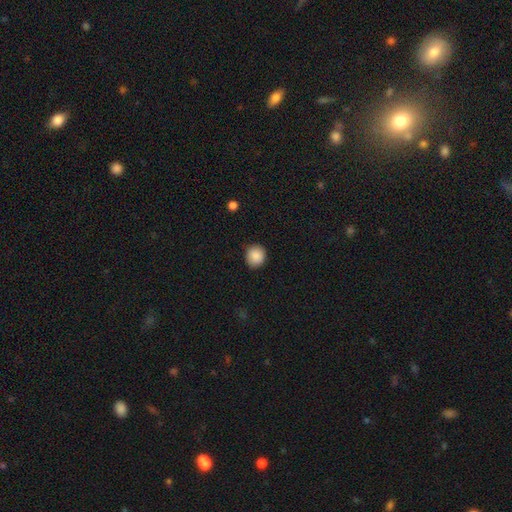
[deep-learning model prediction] smooth 89%, star or artifact 8%, featured or disk 3%. Down the decision tree: how rounded — round (87%); merging — none (88%).